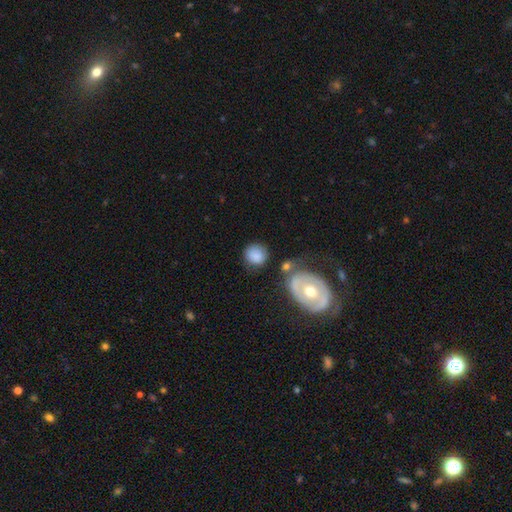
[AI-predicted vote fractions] Smooth or featured?
  - smooth: 80% *
  - featured or disk: 12%
  - star or artifact: 7%
How rounded?
  - round: 81% *
  - in between: 18%
  - cigar-shaped: 1%
Merging?
  - none: 64% *
  - minor disturbance: 17%
  - merger: 11%
  - major disturbance: 8%